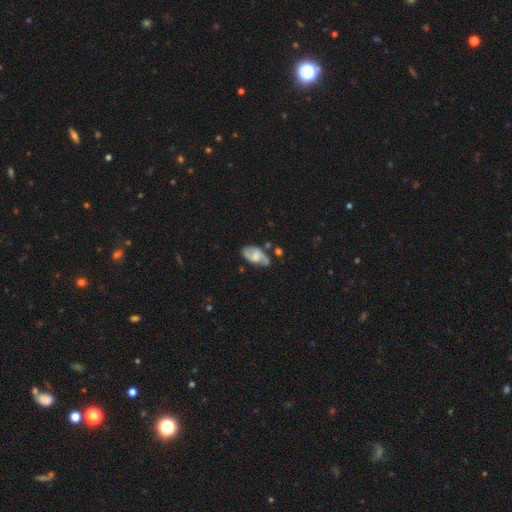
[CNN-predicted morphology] smooth_or_featured: featured or disk (p=0.64) [alt: smooth p=0.29]
disk_edge_on: no (p=0.95) [alt: yes p=0.05]
bar: no (p=0.47) [alt: weak p=0.42]
has_spiral_arms: yes (p=0.85) [alt: no p=0.15]
spiral_winding: medium (p=0.44) [alt: loose p=0.36]
spiral_arm_count: 2 (p=0.81) [alt: can't tell p=0.10]
bulge_size: moderate (p=0.33) [alt: small p=0.26]
merging: none (p=0.57) [alt: minor disturbance p=0.25]